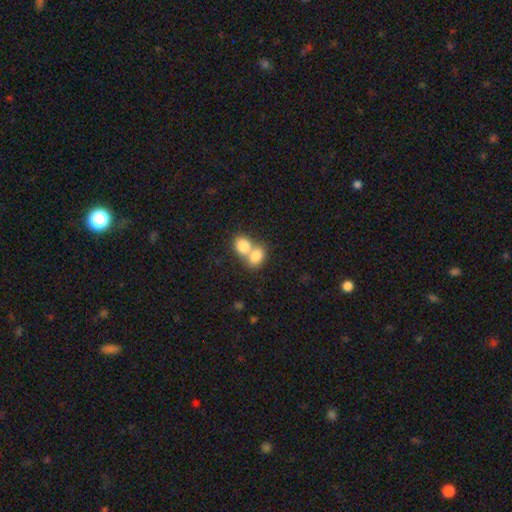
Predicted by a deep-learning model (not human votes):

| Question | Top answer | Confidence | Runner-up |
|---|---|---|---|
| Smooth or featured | smooth | 80% | featured or disk (12%) |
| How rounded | in between | 62% | round (37%) |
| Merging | merger | 67% | none (24%) |